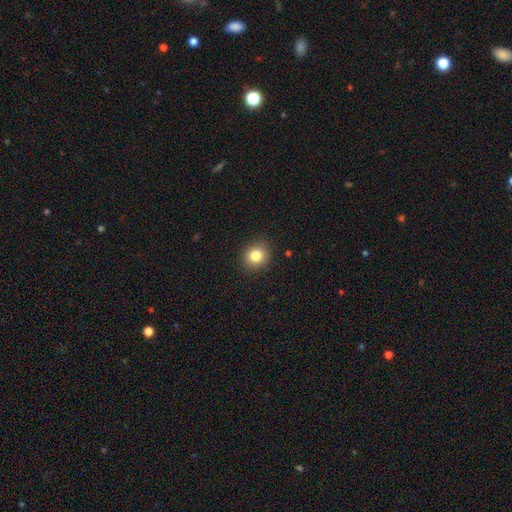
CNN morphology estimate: A smooth galaxy with no disk features (82%) that is round (81%). Merging: none (90%).